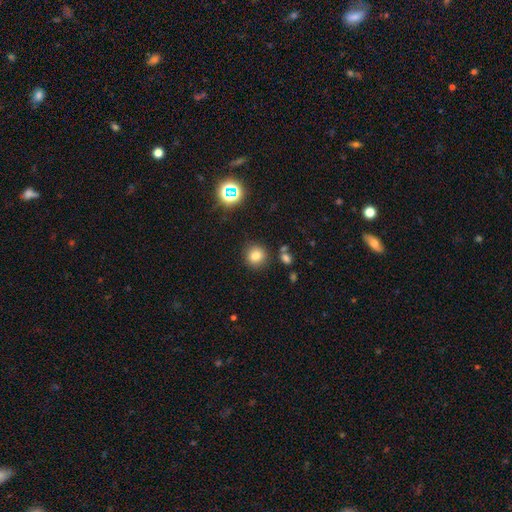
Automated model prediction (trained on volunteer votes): A smooth galaxy with no disk features (79%) that is round (90%). Merging: none (85%).